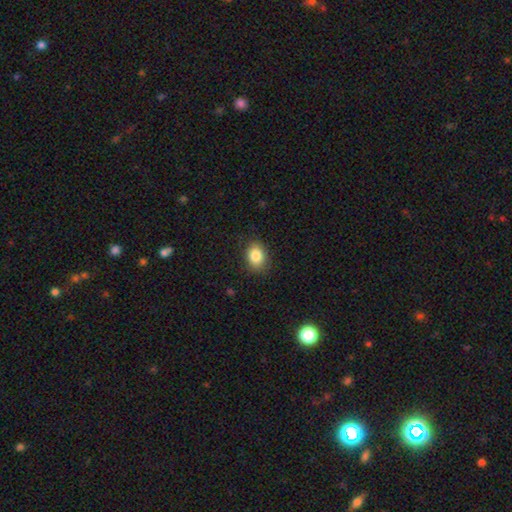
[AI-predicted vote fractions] Smooth or featured?
  - smooth: 85% *
  - star or artifact: 9%
  - featured or disk: 6%
How rounded?
  - in between: 68% *
  - round: 31%
  - cigar-shaped: 1%
Merging?
  - none: 85% *
  - minor disturbance: 11%
  - major disturbance: 3%
  - merger: 1%